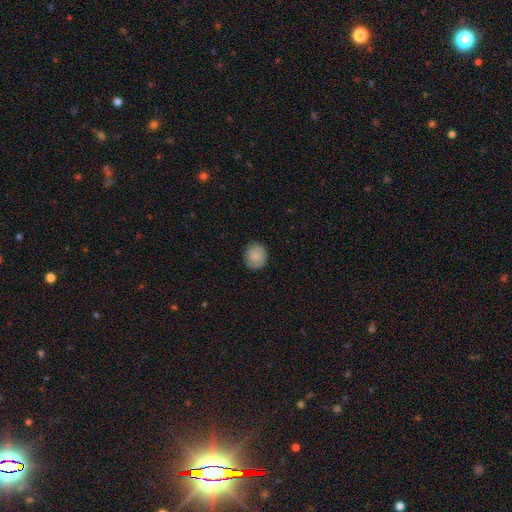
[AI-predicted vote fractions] Smooth or featured? smooth (85%)
How rounded? round (85%)
Merging? none (87%)